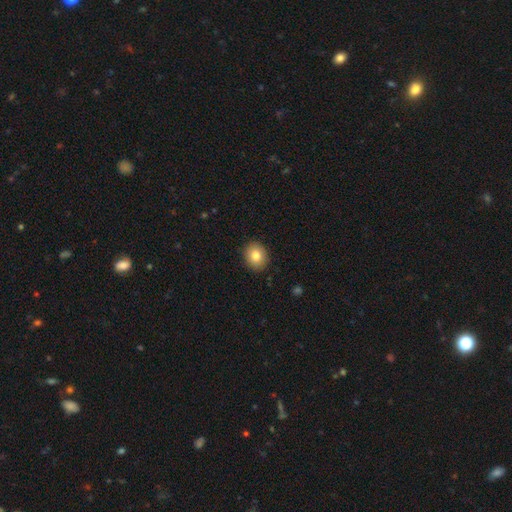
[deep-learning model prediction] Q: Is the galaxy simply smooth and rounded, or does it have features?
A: smooth — 81%.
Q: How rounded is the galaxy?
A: round — 70%.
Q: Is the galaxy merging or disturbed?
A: none — 90%.